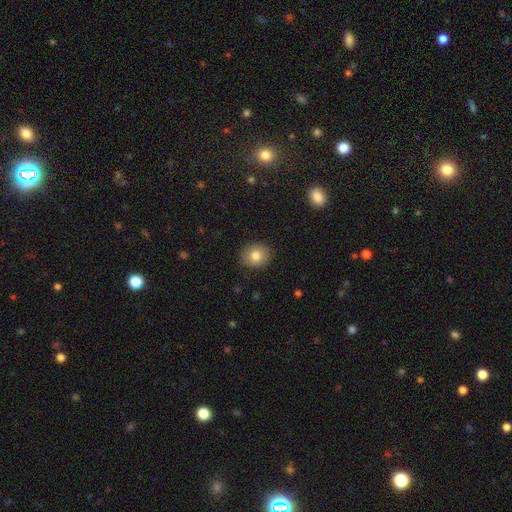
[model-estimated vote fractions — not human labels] smooth-or-featured: smooth: 80% | featured or disk: 10% | star or artifact: 10%
  how-rounded: round: 69% | in between: 30% | cigar-shaped: 1%
  merging: none: 89% | minor disturbance: 8% | major disturbance: 2% | merger: 1%